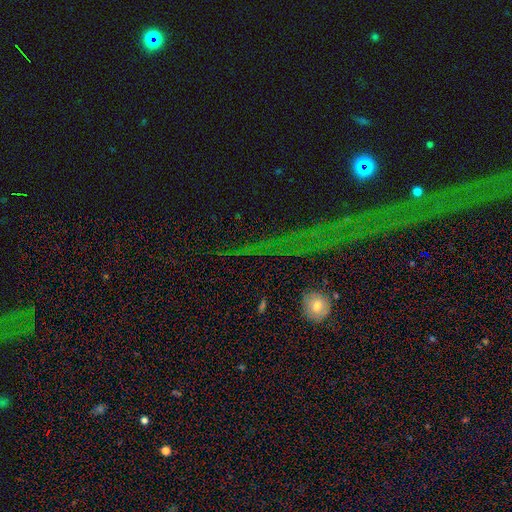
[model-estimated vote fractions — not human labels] star or artifact 70%, smooth 19%, featured or disk 12%.